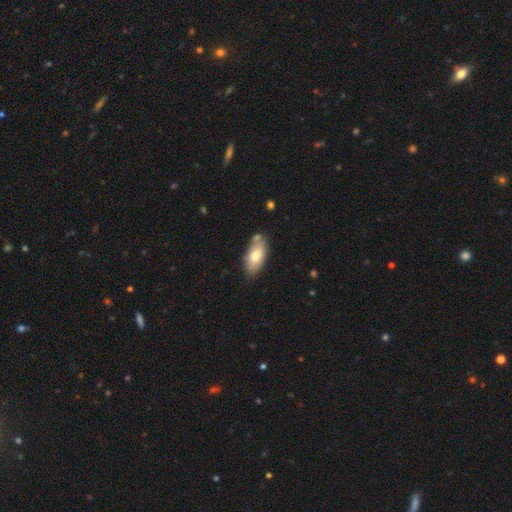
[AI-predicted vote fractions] smooth 76%, featured or disk 18%, star or artifact 6%. Down the decision tree: how rounded — in between (90%); merging — none (72%).